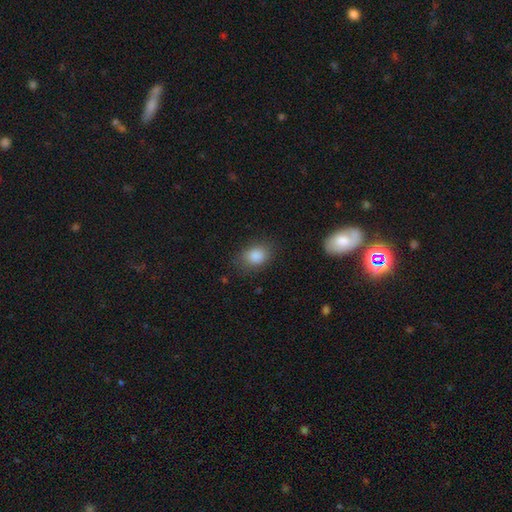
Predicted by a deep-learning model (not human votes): Smooth or featured? smooth (86%)
How rounded? in between (71%)
Merging? none (78%)